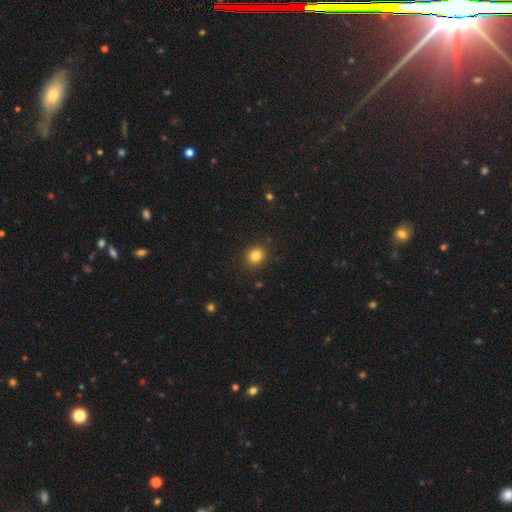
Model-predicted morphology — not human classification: type=smooth (82%); roundness=round (73%); merging=none (89%).